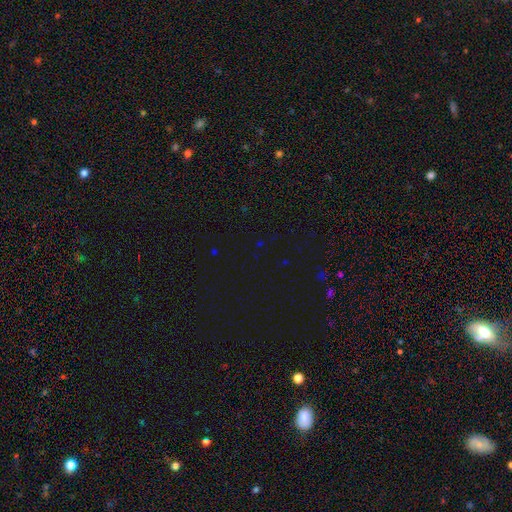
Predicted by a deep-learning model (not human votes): A star or artifact, not a galaxy (70%).